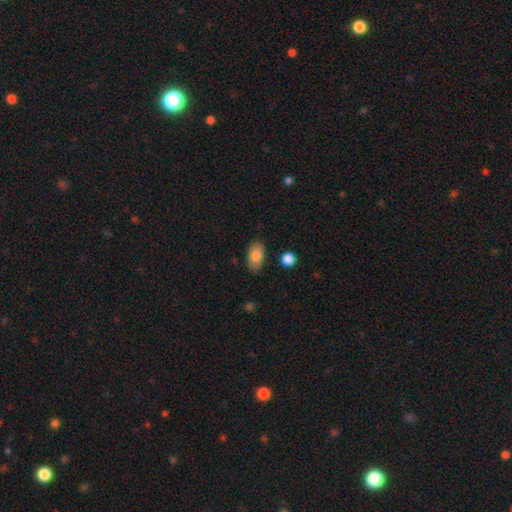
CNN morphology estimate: type=smooth (83%); roundness=in between (93%); merging=none (82%).